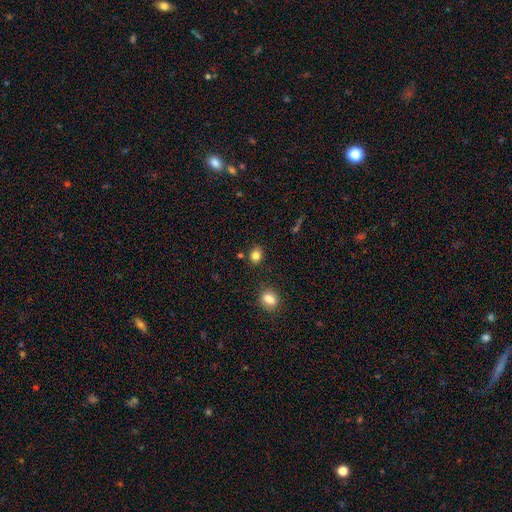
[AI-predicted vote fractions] Morphology: type=smooth (82%); roundness=round (62%); merging=none (81%).